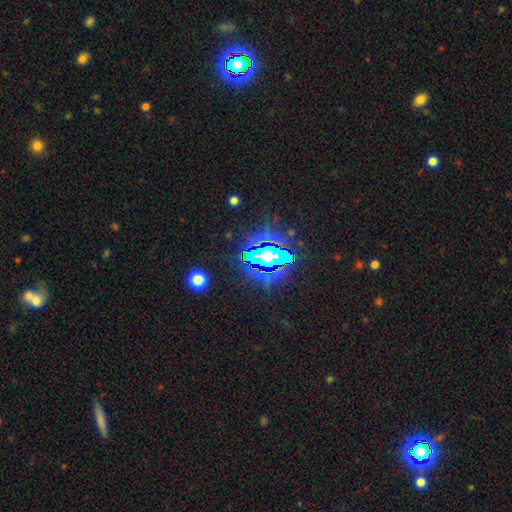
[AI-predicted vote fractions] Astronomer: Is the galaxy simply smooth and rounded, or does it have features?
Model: star or artifact — 67%.